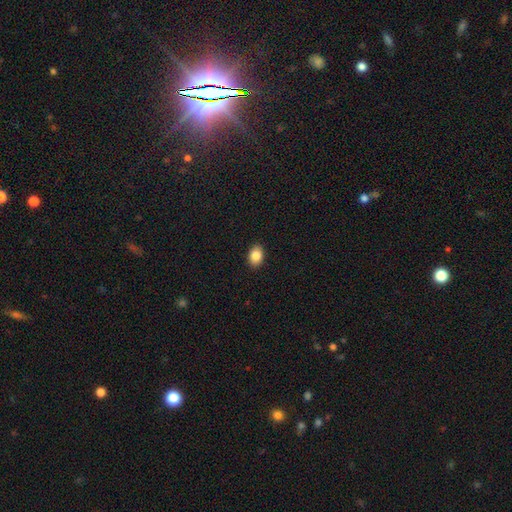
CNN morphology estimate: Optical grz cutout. It shows a smooth galaxy with no disk features (86%) that is in between round and cigar-shaped (79%). Merging: none (91%).